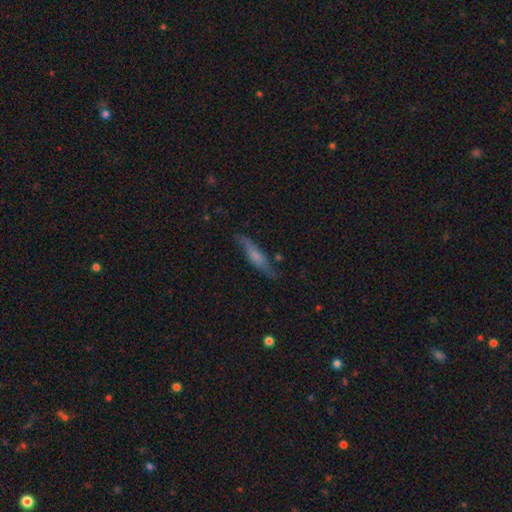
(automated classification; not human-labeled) smooth-or-featured: featured or disk: 47% | smooth: 46% | star or artifact: 7%
  merging: none: 71% | minor disturbance: 21% | major disturbance: 5% | merger: 3%